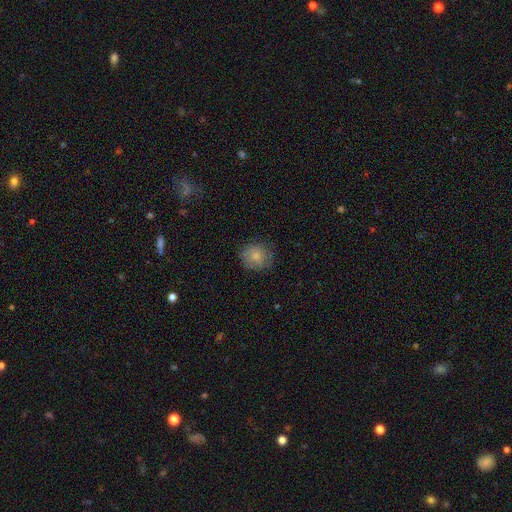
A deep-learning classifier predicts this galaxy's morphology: Q: Smooth or featured?
A: smooth (80%); runner-up: featured or disk (11%)
Q: How rounded?
A: round (81%); runner-up: in between (18%)
Q: Merging?
A: none (76%); runner-up: minor disturbance (18%)